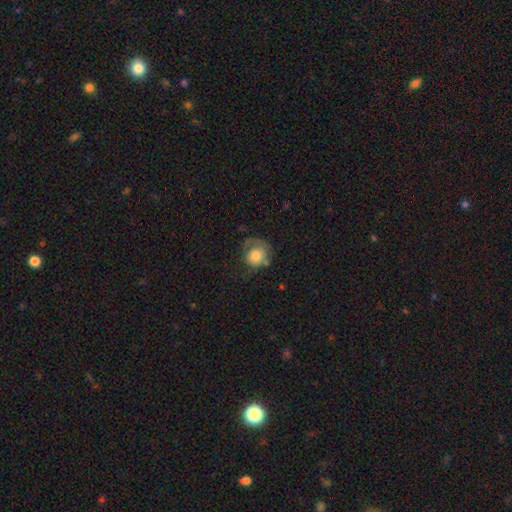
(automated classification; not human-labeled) smooth-or-featured: smooth: 62% | featured or disk: 31% | star or artifact: 8%
  how-rounded: round: 77% | in between: 22% | cigar-shaped: 1%
  merging: none: 42% | major disturbance: 28% | minor disturbance: 26% | merger: 4%